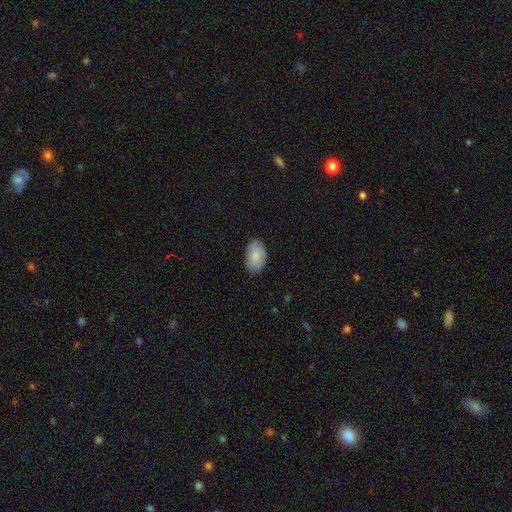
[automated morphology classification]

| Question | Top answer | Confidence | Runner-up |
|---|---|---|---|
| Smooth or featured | smooth | 83% | featured or disk (12%) |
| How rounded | in between | 91% | round (8%) |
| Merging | none | 81% | minor disturbance (16%) |